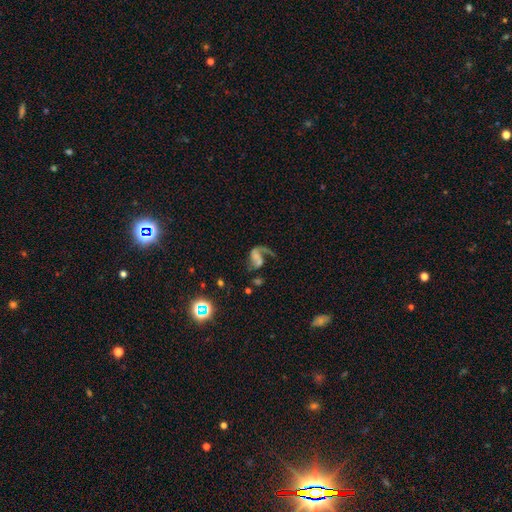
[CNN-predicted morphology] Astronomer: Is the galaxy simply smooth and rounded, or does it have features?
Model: featured or disk — 68%.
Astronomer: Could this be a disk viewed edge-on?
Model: no — 98%.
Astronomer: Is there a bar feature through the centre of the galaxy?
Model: no — 54% (runner-up: weak, 31%).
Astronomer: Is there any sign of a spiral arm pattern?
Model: yes — 80%.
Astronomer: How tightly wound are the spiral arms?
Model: loose — 71%.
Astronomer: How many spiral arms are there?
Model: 2 — 48% (runner-up: 1, 46%).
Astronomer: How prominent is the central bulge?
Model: none — 56%.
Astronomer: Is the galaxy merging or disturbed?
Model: major disturbance — 39% (runner-up: none, 32%).